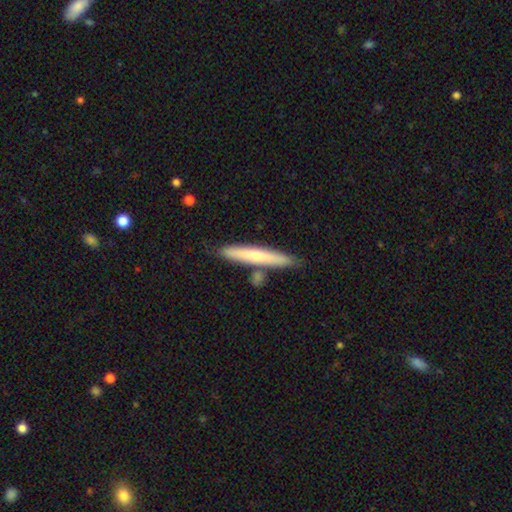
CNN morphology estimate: smooth 55%, featured or disk 40%, star or artifact 6%. Down the decision tree: how rounded — cigar-shaped (94%); merging — none (79%).